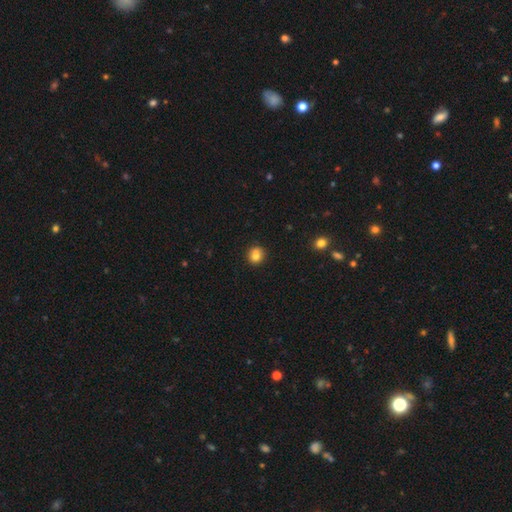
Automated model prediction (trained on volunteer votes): A smooth galaxy with no disk features (79%) that is round (86%). Merging: none (78%).